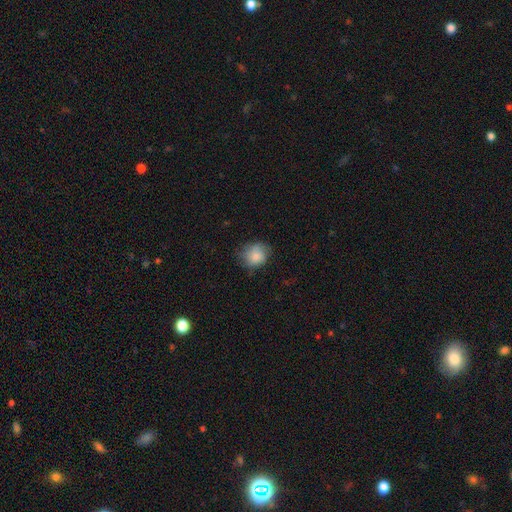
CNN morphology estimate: type=smooth (75%); roundness=round (68%); merging=none (63%).